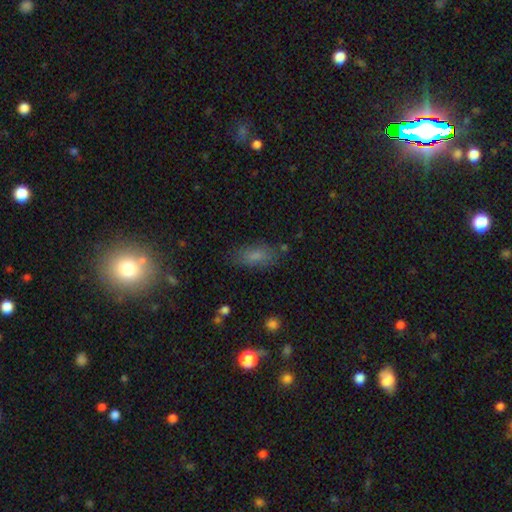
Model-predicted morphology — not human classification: Smooth or featured? smooth (76%)
How rounded? in between (81%)
Merging? none (77%)